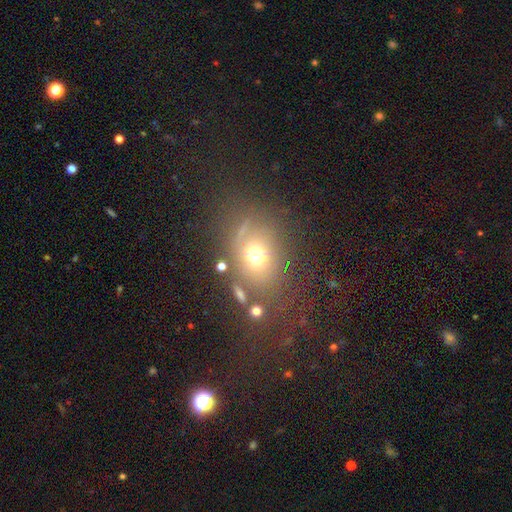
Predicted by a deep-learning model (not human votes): This appears to be a smooth galaxy with no disk features (65%) that is round (49%, tied with in between). Merging: none (67%).